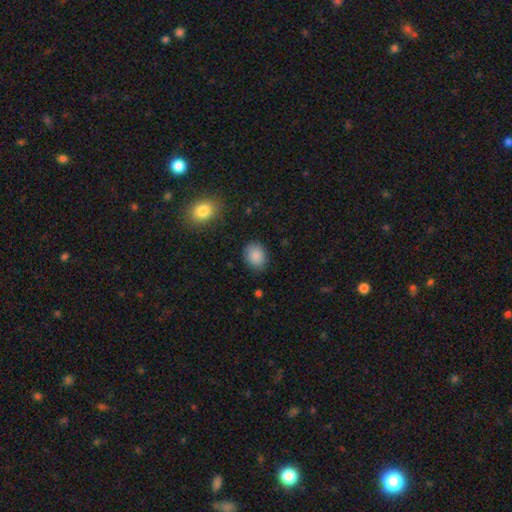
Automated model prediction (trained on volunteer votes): Smooth or featured? Predicted: smooth (p=0.88). How rounded? Predicted: in between (p=0.54). Merging? Predicted: none (p=0.84).